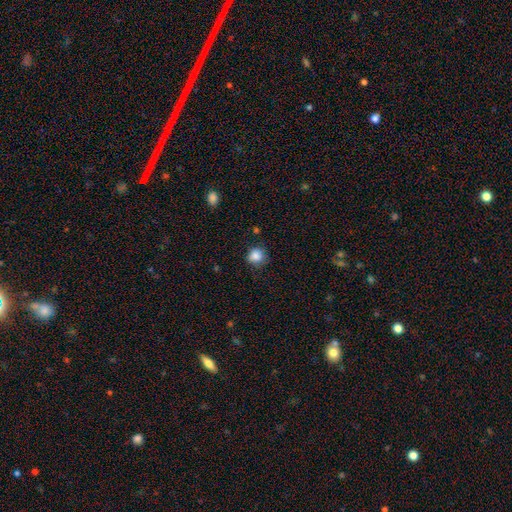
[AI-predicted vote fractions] Smooth or featured? Predicted: smooth (p=0.86). How rounded? Predicted: round (p=0.89). Merging? Predicted: none (p=0.81).